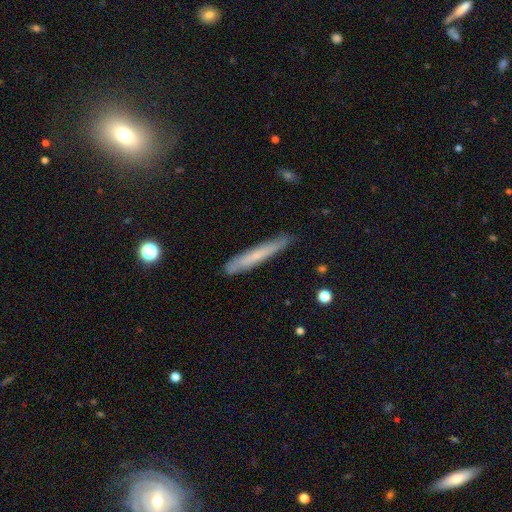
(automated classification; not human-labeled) Morphology: type=smooth (60%); roundness=cigar-shaped (96%); merging=none (84%).